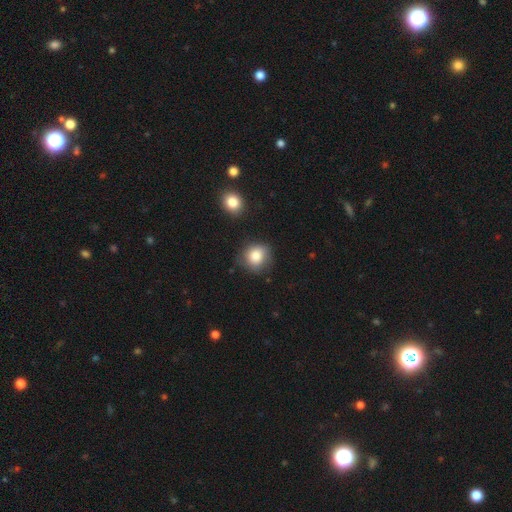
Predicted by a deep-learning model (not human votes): smooth_or_featured: smooth (p=0.82) [alt: star or artifact p=0.09]
how_rounded: round (p=0.79) [alt: in between p=0.20]
merging: none (p=0.68) [alt: minor disturbance p=0.22]